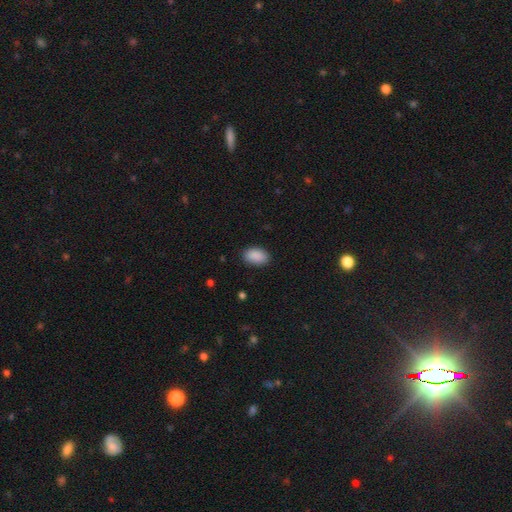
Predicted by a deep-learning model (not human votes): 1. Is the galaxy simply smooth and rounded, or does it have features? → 90% smooth, 7% star or artifact, 3% featured or disk.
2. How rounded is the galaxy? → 91% in between, 8% round, 1% cigar-shaped.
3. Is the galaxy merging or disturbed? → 87% none, 10% minor disturbance, 2% major disturbance, 1% merger.